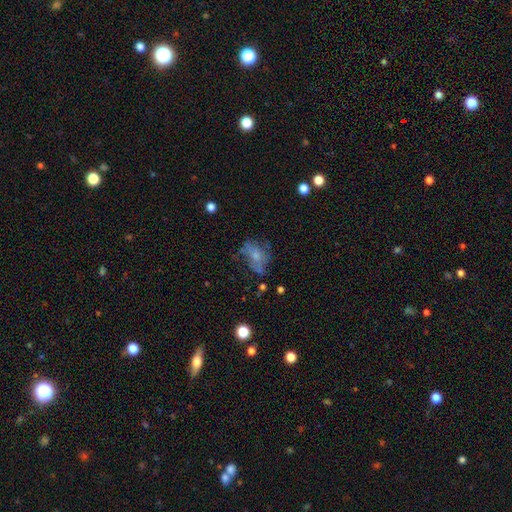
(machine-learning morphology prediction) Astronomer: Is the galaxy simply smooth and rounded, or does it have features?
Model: smooth — 43%, tied with featured or disk at 43%.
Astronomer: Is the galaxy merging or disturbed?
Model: none — 43% (runner-up: major disturbance, 27%).